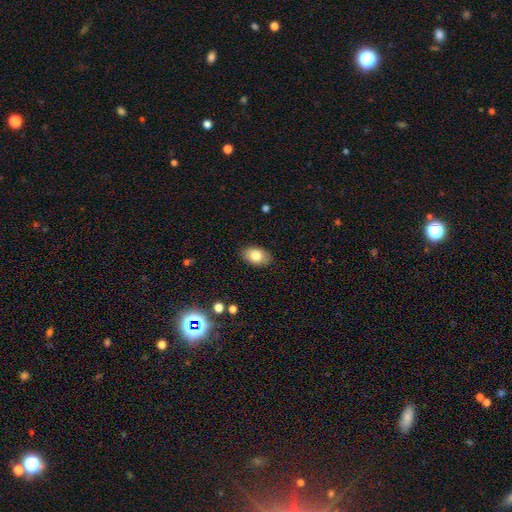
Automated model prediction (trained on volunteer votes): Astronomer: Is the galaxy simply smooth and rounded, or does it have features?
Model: smooth — 81%.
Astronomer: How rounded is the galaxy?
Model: in between — 89%.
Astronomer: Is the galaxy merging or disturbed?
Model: none — 87%.